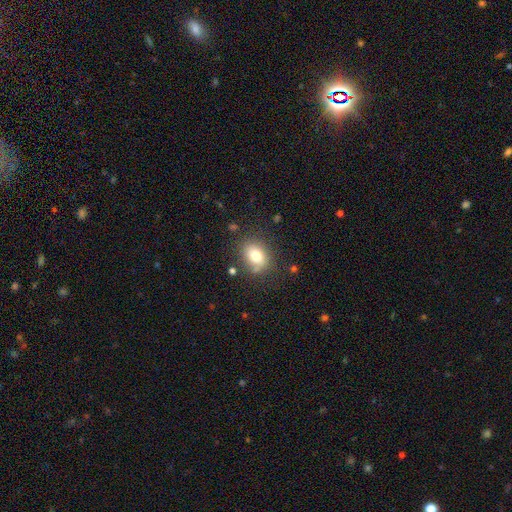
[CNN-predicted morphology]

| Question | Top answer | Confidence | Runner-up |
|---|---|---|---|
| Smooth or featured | smooth | 76% | featured or disk (13%) |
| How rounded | in between | 61% | round (38%) |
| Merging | none | 75% | minor disturbance (16%) |